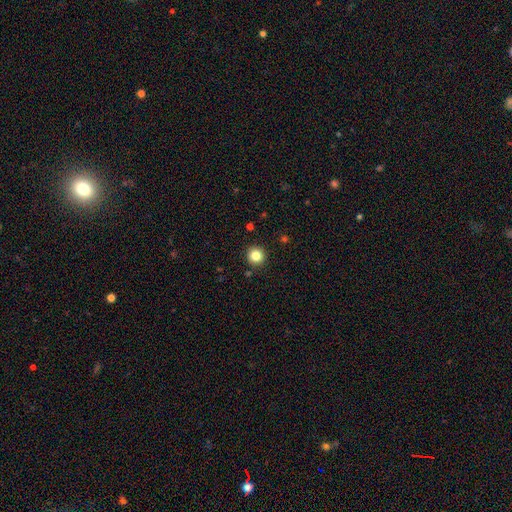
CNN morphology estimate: Q: Smooth or featured?
A: smooth (84%); runner-up: star or artifact (11%)
Q: How rounded?
A: round (95%); runner-up: in between (4%)
Q: Merging?
A: none (92%); runner-up: minor disturbance (5%)